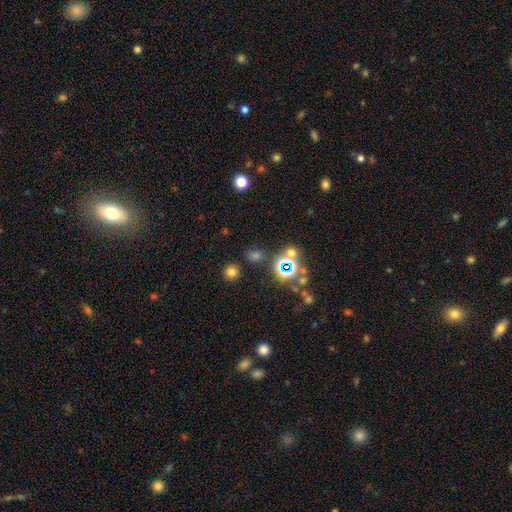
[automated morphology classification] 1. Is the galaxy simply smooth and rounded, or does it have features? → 47% smooth, 45% star or artifact, 8% featured or disk.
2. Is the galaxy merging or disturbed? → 81% none, 9% minor disturbance, 6% merger, 4% major disturbance.